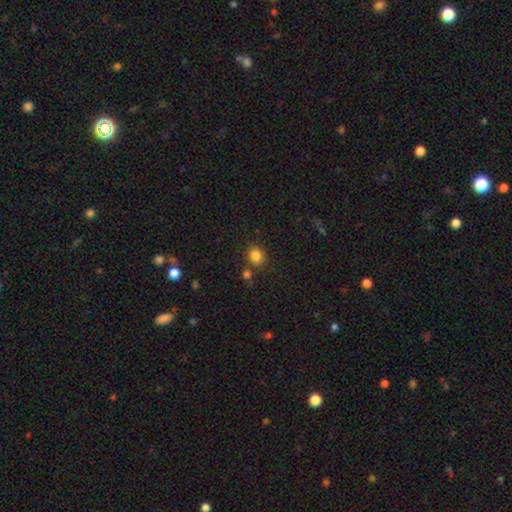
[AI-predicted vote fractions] This is clearly a smooth galaxy (84%). How rounded: likely round (73%). Merging: likely none (76%).